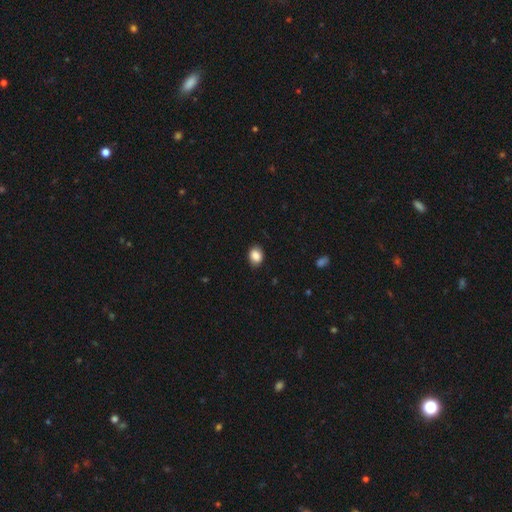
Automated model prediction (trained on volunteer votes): smooth_or_featured: smooth (p=0.87) [alt: star or artifact p=0.08]
how_rounded: in between (p=0.60) [alt: round p=0.39]
merging: none (p=0.86) [alt: minor disturbance p=0.11]